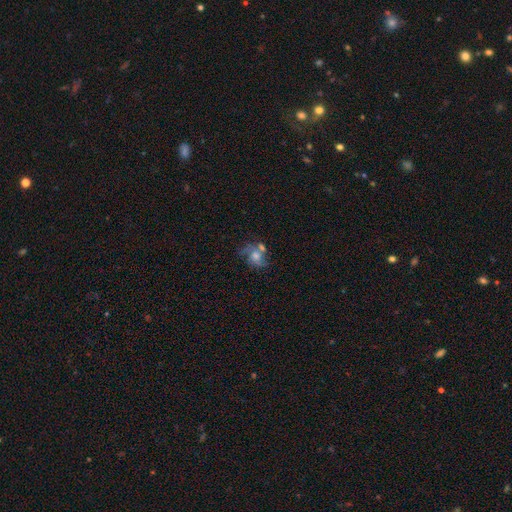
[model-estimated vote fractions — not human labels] This appears to be a featured or disk galaxy (58%) with no bar (74%), spiral arms (79%) and a moderate central bulge (55%). Merging: none (43%).